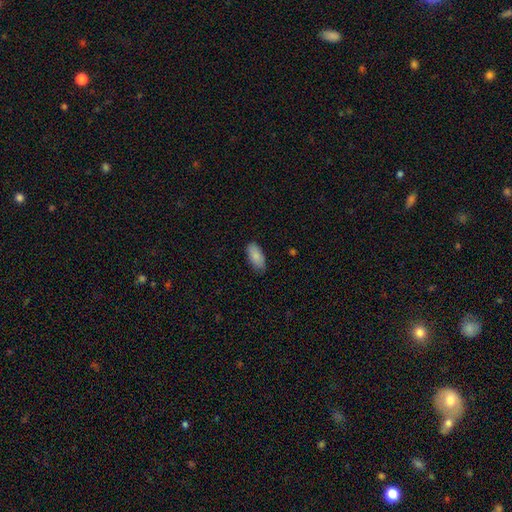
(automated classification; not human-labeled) Overall: smooth (88%). How rounded: in between (90%). Merging: none (84%).